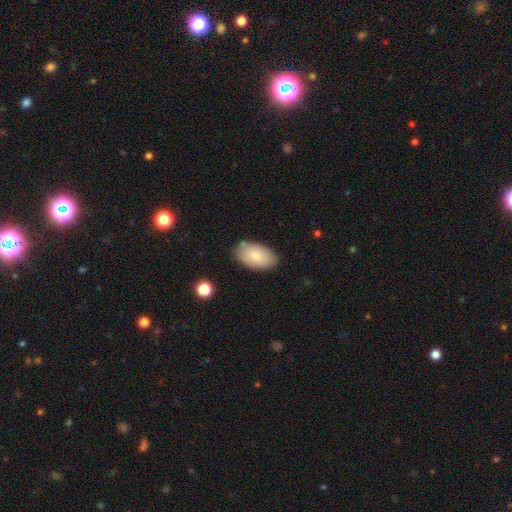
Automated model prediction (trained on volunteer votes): Morphology: type=smooth (82%); roundness=in between (95%); merging=none (82%).